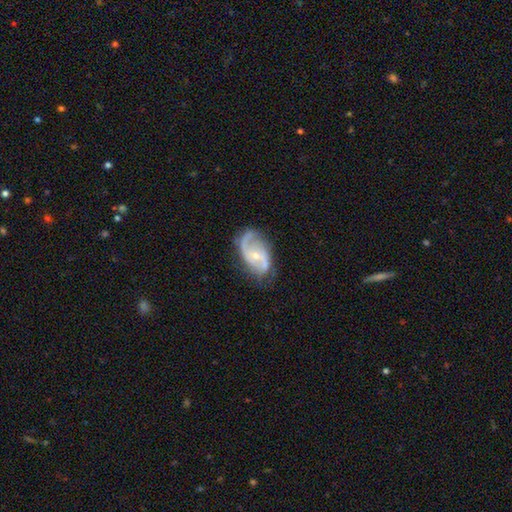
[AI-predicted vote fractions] smooth-or-featured: featured or disk: 85% | smooth: 9% | star or artifact: 5%
  disk-edge-on: no: 97% | yes: 3%
    bar: no: 47% | weak: 40% | strong: 12%
    has-spiral-arms: yes: 95% | no: 5%
      spiral-winding: medium: 48% | loose: 32% | tight: 19%
      spiral-arm-count: 2: 78% | can't tell: 8% | 1: 7% | 3: 5% | 4: 1% | more than 4: 1%
    bulge-size: small: 62% | moderate: 35% | none: 2% | large: 1% | dominant: 1%
  merging: none: 63% | minor disturbance: 23% | major disturbance: 12% | merger: 2%